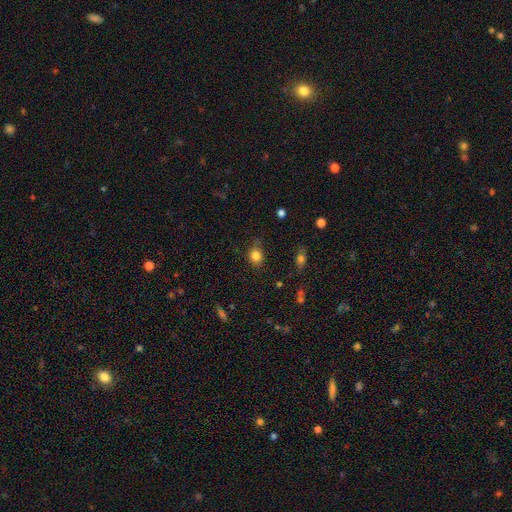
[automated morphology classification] A smooth galaxy with no disk features (82%) that is round (63%).

Vote fractions:
- Smooth or featured? smooth: 82% / star or artifact: 12% / featured or disk: 6%
- How rounded? round: 63% / in between: 36% / cigar-shaped: 1%
- Merging? none: 69% / minor disturbance: 23% / major disturbance: 5% / merger: 2%